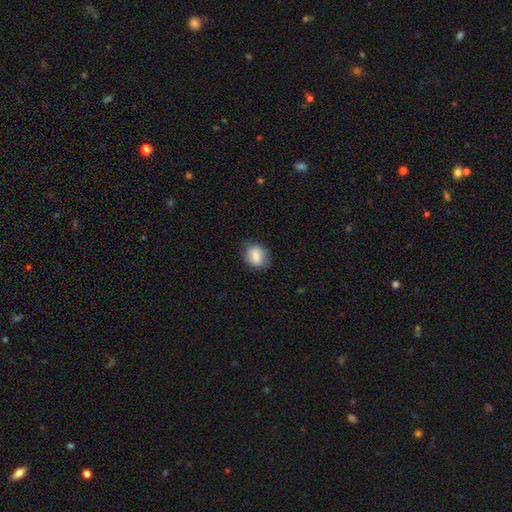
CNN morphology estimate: Smooth or featured: smooth — 76% (featured or disk — 16%)
How rounded: round — 52% (in between — 46%)
Merging: none — 75% (minor disturbance — 19%)